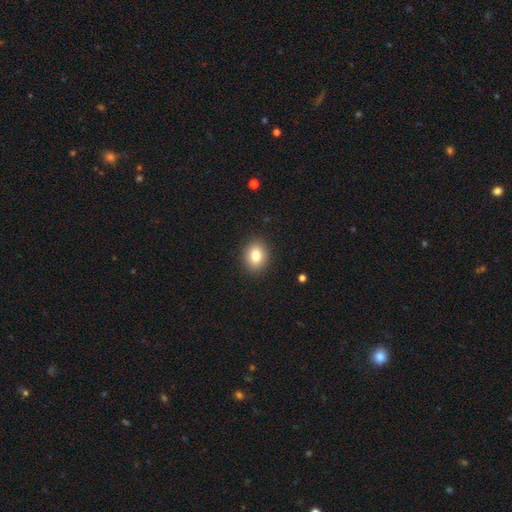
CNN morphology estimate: Smooth or featured? smooth (82%)
How rounded? round (50%)
Merging? none (90%)